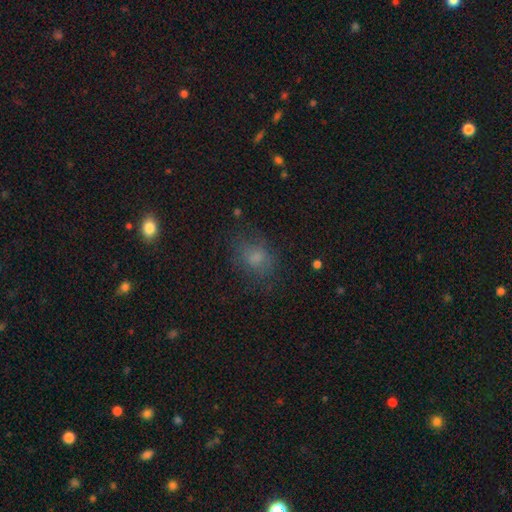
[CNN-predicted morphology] type=smooth (69%); roundness=in between (57%); merging=none (68%).